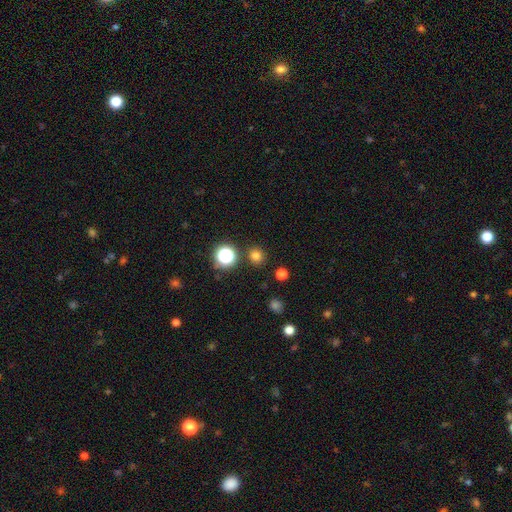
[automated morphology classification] Smooth or featured?
  - smooth: 76% *
  - star or artifact: 19%
  - featured or disk: 4%
How rounded?
  - round: 91% *
  - in between: 8%
  - cigar-shaped: 1%
Merging?
  - none: 88% *
  - minor disturbance: 6%
  - merger: 3%
  - major disturbance: 2%